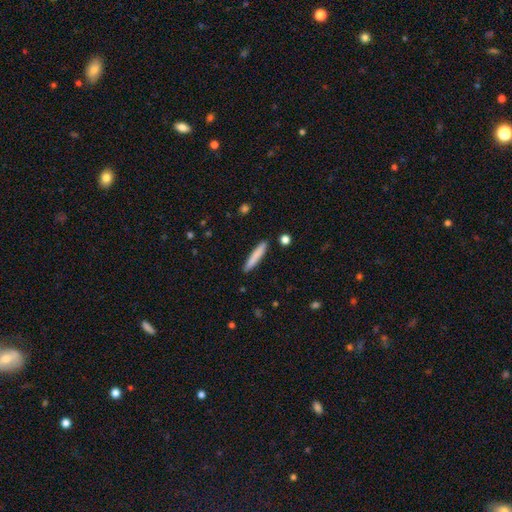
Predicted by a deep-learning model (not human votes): This appears to be a smooth galaxy with no disk features (78%) that is cigar-shaped (94%). Merging: none (90%).